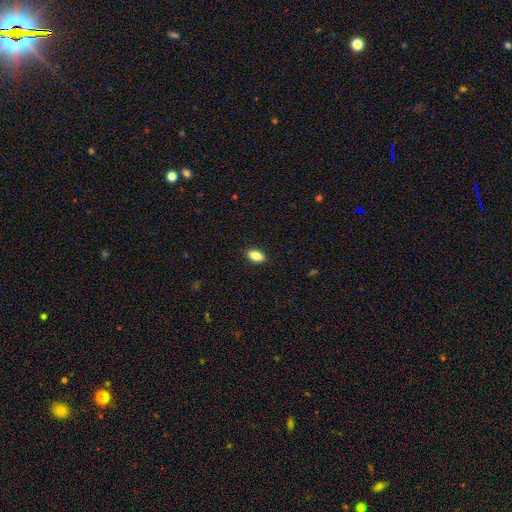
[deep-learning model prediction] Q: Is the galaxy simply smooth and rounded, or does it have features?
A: smooth — 87%.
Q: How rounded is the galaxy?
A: in between — 89%.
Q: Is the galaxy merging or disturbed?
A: none — 89%.